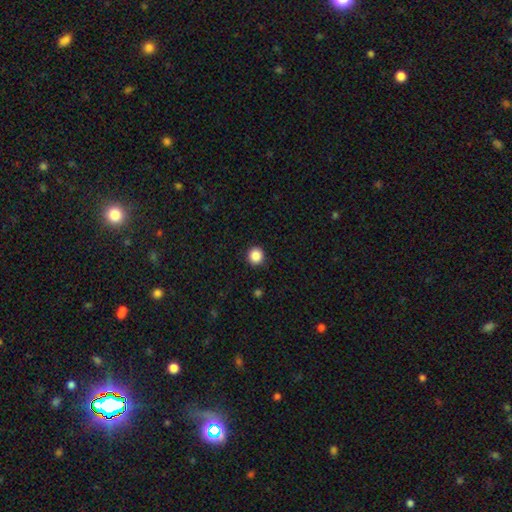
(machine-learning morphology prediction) Smooth or featured? smooth (88%)
How rounded? round (92%)
Merging? none (93%)